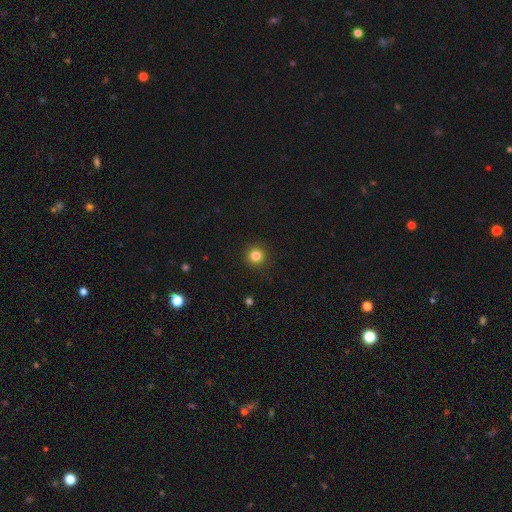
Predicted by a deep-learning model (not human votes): A smooth galaxy with no disk features (83%) that is round (95%).

Vote fractions:
- Smooth or featured? smooth: 83% / star or artifact: 13% / featured or disk: 4%
- How rounded? round: 95% / in between: 4% / cigar-shaped: 1%
- Merging? none: 92% / minor disturbance: 5% / major disturbance: 2% / merger: 1%